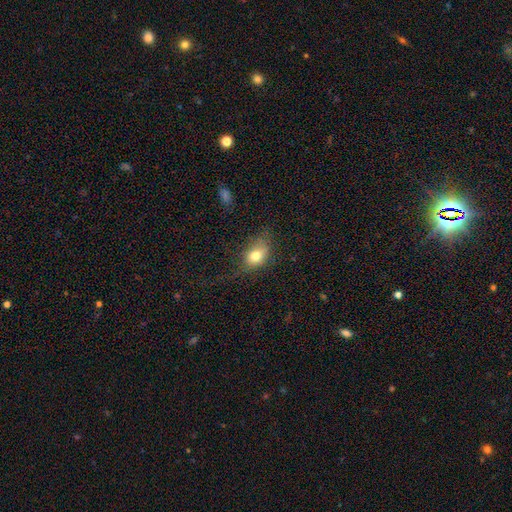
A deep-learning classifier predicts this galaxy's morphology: Smooth or featured: smooth — 75% (featured or disk — 15%)
How rounded: in between — 74% (round — 24%)
Merging: none — 47% (minor disturbance — 27%)